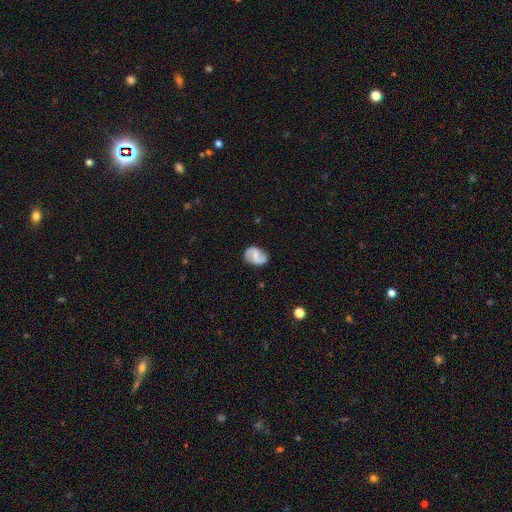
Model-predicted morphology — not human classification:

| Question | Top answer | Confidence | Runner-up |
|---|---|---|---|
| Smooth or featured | featured or disk | 74% | smooth (20%) |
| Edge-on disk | no | 98% | yes (2%) |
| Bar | weak | 46% | no (36%) |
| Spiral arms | yes | 93% | no (7%) |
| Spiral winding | medium | 45% | loose (37%) |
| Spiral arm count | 2 | 91% | can't tell (4%) |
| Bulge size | small | 46% | moderate (29%) |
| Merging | none | 78% | minor disturbance (15%) |